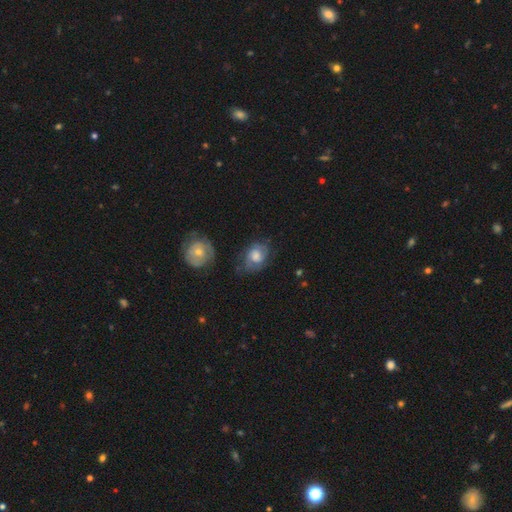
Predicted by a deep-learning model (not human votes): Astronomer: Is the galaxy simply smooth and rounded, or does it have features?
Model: featured or disk — 54% (runner-up: smooth, 37%).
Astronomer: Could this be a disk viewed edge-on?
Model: no — 96%.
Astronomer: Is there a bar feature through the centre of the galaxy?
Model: no — 68%.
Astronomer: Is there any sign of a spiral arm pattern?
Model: yes — 78%.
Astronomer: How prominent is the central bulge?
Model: moderate — 42% (runner-up: large, 34%).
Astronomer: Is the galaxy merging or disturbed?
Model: none — 60%.